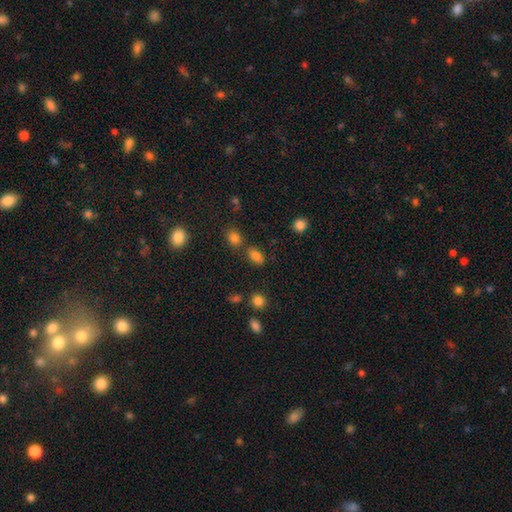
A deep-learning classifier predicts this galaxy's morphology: smooth 81%, star or artifact 13%, featured or disk 6%. Down the decision tree: how rounded — in between (86%); merging — none (70%).